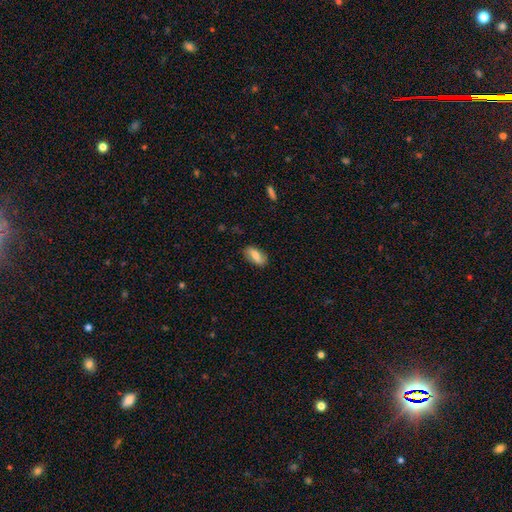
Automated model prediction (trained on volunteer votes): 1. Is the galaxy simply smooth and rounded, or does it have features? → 74% smooth, 19% featured or disk, 7% star or artifact.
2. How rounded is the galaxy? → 88% in between, 8% cigar-shaped, 4% round.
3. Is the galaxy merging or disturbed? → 82% none, 14% minor disturbance, 3% major disturbance, 1% merger.